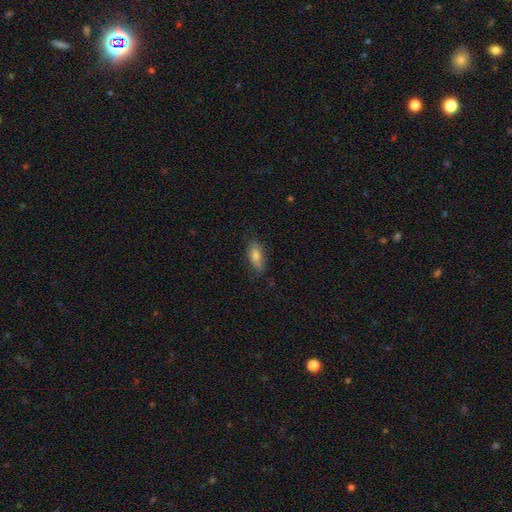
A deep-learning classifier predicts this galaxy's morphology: This is likely a smooth galaxy (78%). How rounded: clearly in between (81%). Merging: likely none (78%).